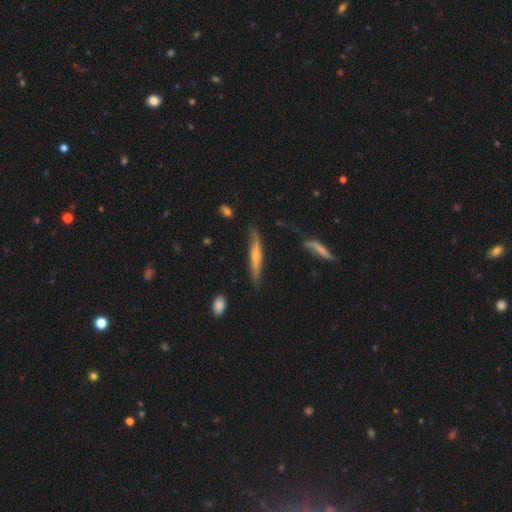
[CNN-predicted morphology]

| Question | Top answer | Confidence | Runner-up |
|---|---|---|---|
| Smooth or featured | smooth | 48% | featured or disk (46%) |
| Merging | none | 70% | minor disturbance (22%) |